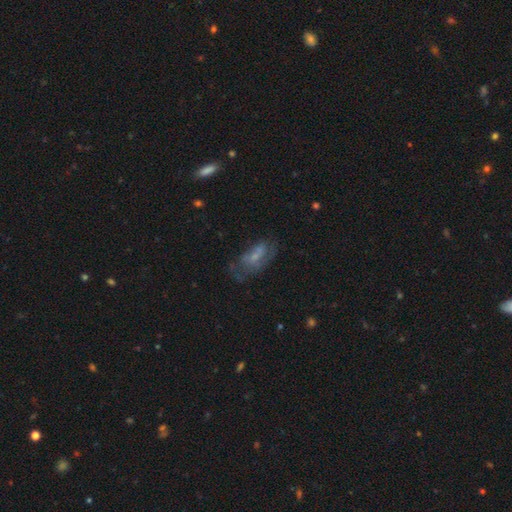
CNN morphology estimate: This is marginally a featured or disk galaxy (44%, tied with smooth). Merging: marginally none (41%).